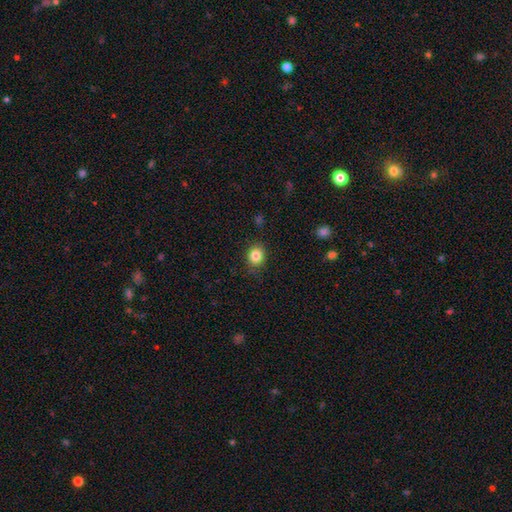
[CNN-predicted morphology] type=smooth (84%); roundness=round (68%); merging=none (86%).